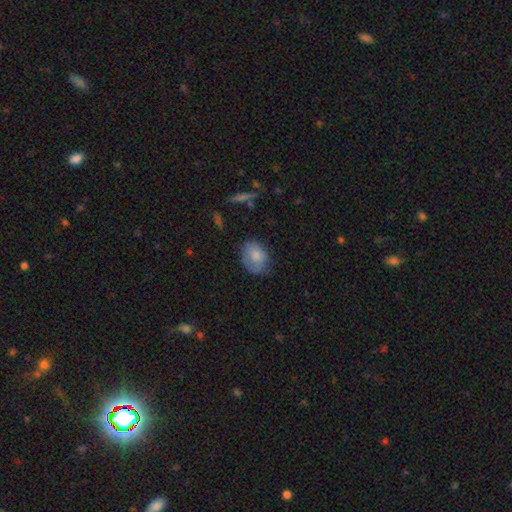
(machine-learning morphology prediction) This appears to be a smooth galaxy with no disk features (76%) that is in between round and cigar-shaped (63%). Merging: none (59%).